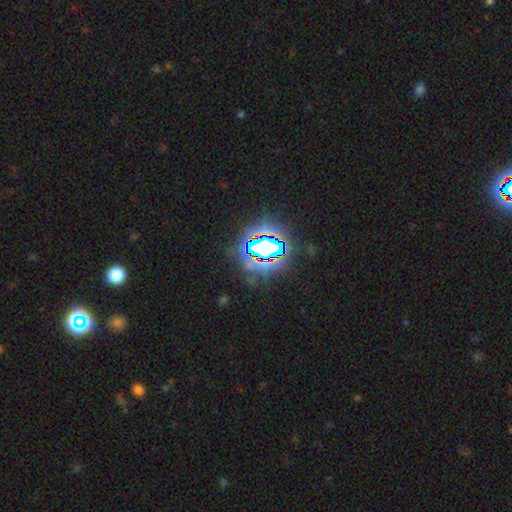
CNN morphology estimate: This is clearly a star or artifact rather than a galaxy (81%).